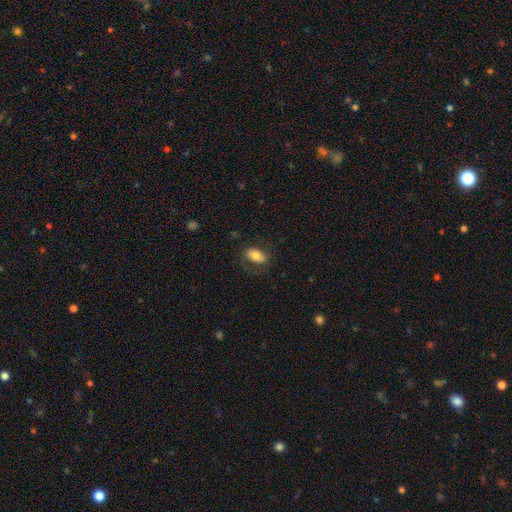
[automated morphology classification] Smooth or featured? smooth (71%)
How rounded? in between (88%)
Merging? none (69%)